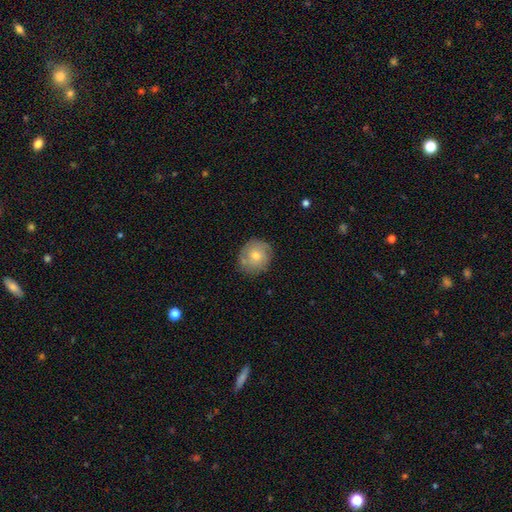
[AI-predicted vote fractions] The model was most divided on "smooth or featured": smooth: 53%, featured or disk: 38%, star or artifact: 9%. More confident: how rounded — round (85%); merging — none (80%).